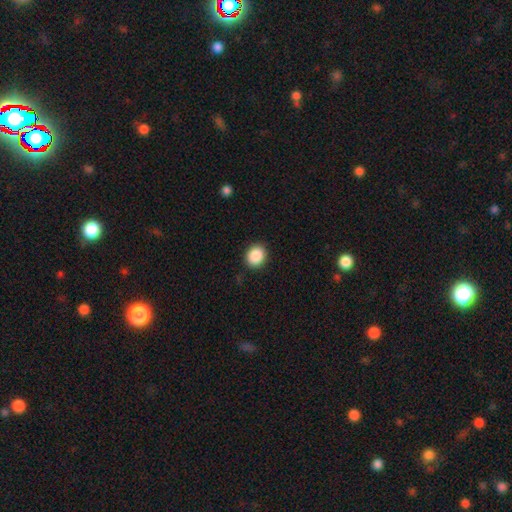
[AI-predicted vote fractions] A smooth galaxy with no disk features (88%) that is round (73%).

Vote fractions:
- Smooth or featured? smooth: 88% / star or artifact: 9% / featured or disk: 3%
- How rounded? round: 73% / in between: 27% / cigar-shaped: 1%
- Merging? none: 89% / minor disturbance: 8% / major disturbance: 2% / merger: 1%